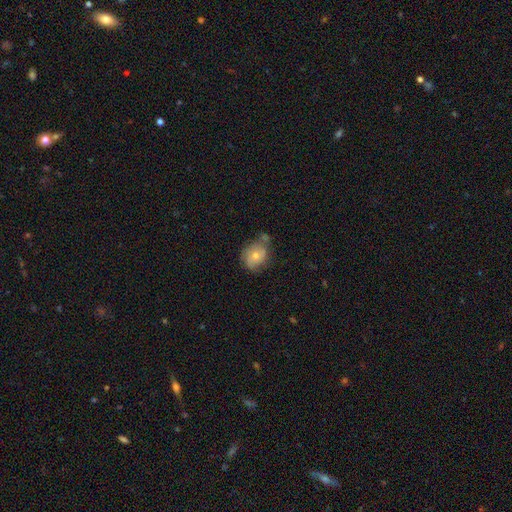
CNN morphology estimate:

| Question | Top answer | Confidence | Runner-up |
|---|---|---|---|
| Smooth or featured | smooth | 57% | featured or disk (35%) |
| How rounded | round | 52% | in between (47%) |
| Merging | none | 47% | minor disturbance (29%) |